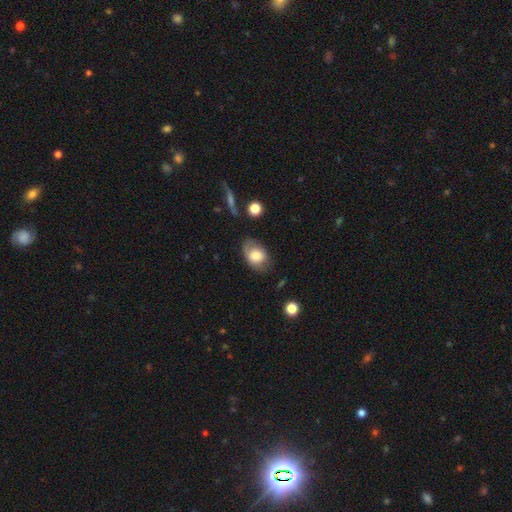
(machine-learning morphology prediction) A smooth galaxy with no disk features (73%) that is in between round and cigar-shaped (78%).

Vote fractions:
- Smooth or featured? smooth: 73% / featured or disk: 19% / star or artifact: 8%
- How rounded? in between: 78% / round: 21% / cigar-shaped: 1%
- Merging? none: 62% / minor disturbance: 27% / major disturbance: 9% / merger: 2%